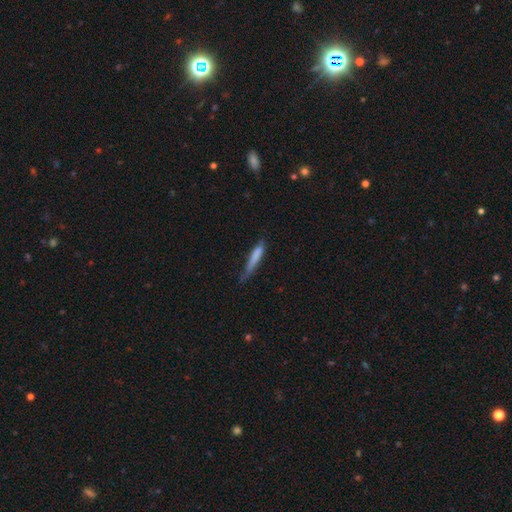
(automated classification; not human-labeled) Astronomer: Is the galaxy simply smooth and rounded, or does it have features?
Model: smooth — 75%.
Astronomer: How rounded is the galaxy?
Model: cigar-shaped — 91%.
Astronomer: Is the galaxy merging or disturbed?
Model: none — 54% (runner-up: minor disturbance, 33%).